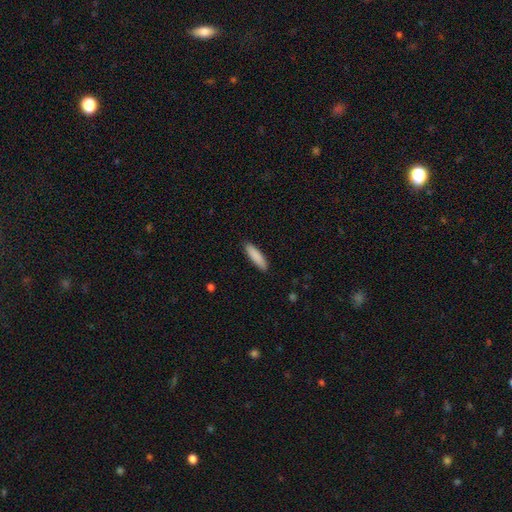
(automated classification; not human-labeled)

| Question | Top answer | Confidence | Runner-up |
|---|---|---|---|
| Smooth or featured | smooth | 88% | featured or disk (6%) |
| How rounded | cigar-shaped | 74% | in between (25%) |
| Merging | none | 89% | minor disturbance (8%) |